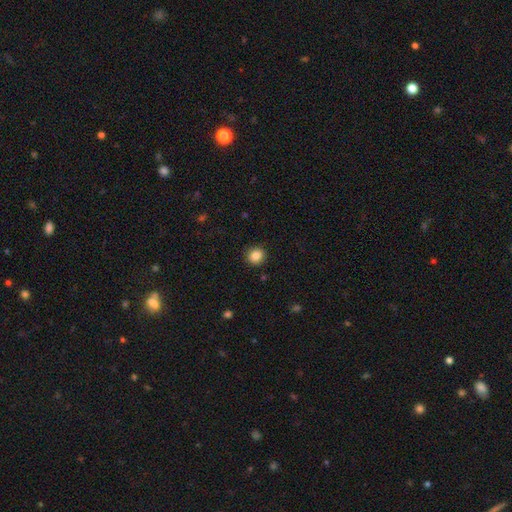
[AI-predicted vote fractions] This appears to be a smooth galaxy with no disk features (86%) that is round (83%). Merging: none (90%).